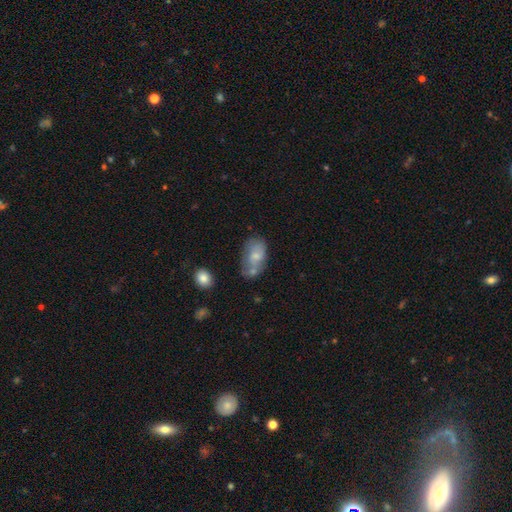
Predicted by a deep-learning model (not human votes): This is likely a smooth galaxy (63%). How rounded: clearly in between (90%). Merging: marginally none (36%).